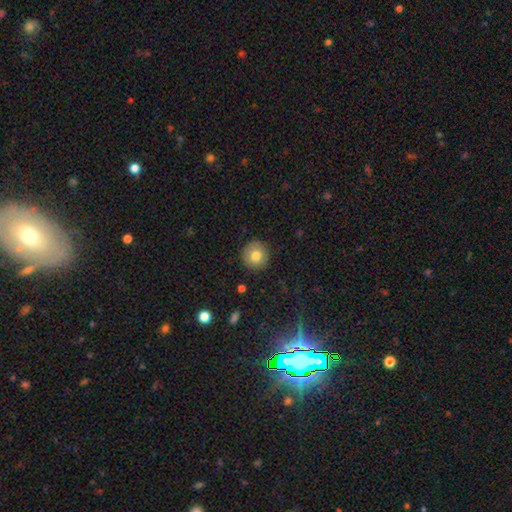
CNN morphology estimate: The model was most divided on "smooth or featured": smooth: 79%, featured or disk: 12%, star or artifact: 9%. More confident: how rounded — round (93%); merging — none (89%).